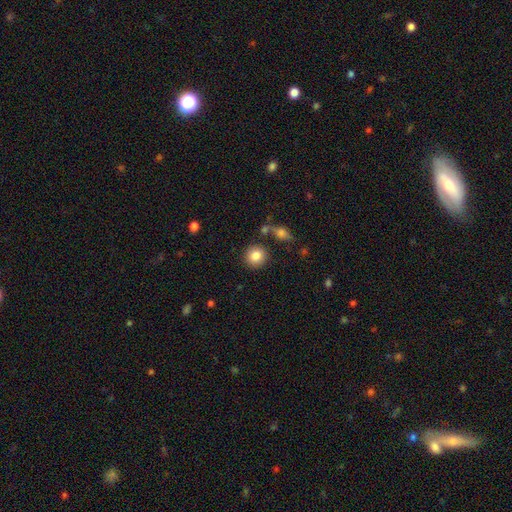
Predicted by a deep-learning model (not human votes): Smooth or featured? smooth (84%)
How rounded? round (90%)
Merging? none (84%)